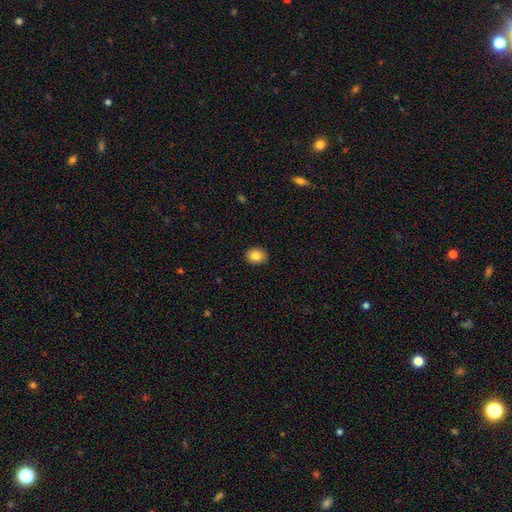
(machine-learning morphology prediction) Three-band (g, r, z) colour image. It shows a smooth galaxy with no disk features (84%) that is round (54%). Merging: none (91%).